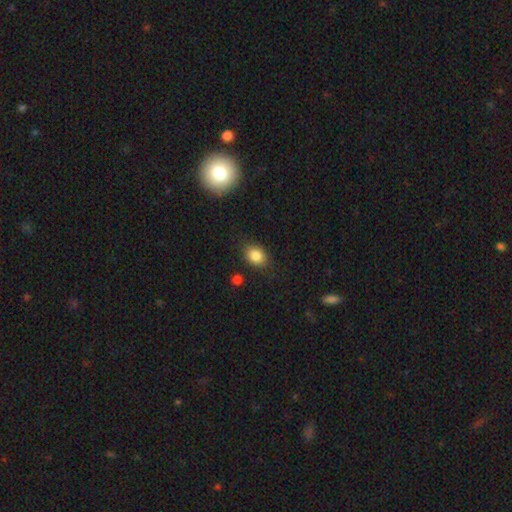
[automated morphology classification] type=smooth (84%); roundness=in between (63%); merging=none (81%).